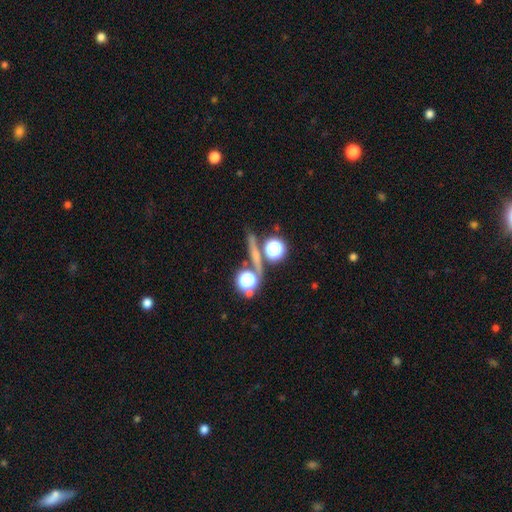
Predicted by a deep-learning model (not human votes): Morphology: type=smooth (41%); merging=none (75%).